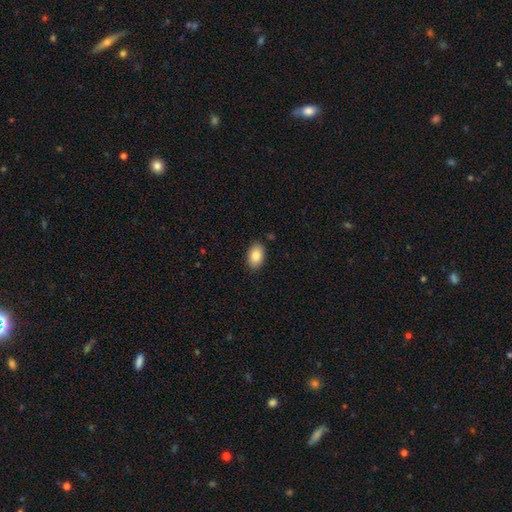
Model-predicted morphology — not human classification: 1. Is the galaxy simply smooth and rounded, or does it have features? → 86% smooth, 7% star or artifact, 7% featured or disk.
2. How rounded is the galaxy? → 88% in between, 11% round, 1% cigar-shaped.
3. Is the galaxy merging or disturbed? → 88% none, 9% minor disturbance, 2% major disturbance, 1% merger.